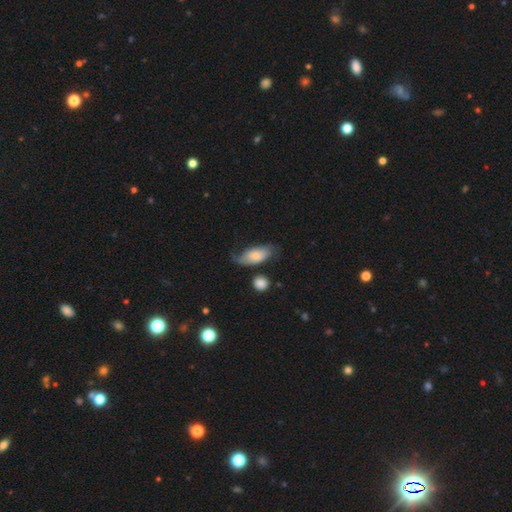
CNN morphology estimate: The model was most divided on "merging": none: 46%, minor disturbance: 30%, major disturbance: 18%, merger: 6%. More confident: how rounded — in between (89%); smooth or featured — smooth (58%).